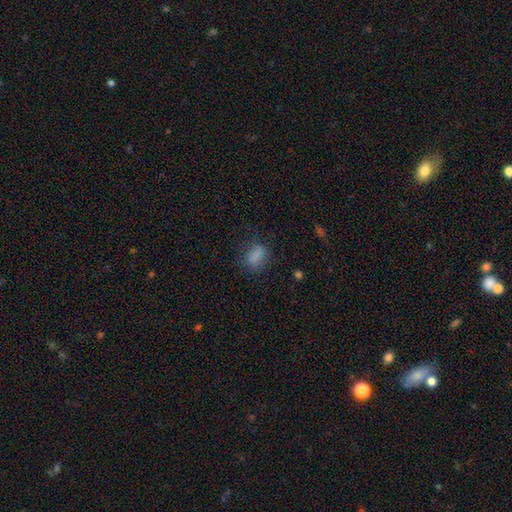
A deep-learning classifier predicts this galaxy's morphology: type=smooth (79%); roundness=in between (70%); merging=none (69%).